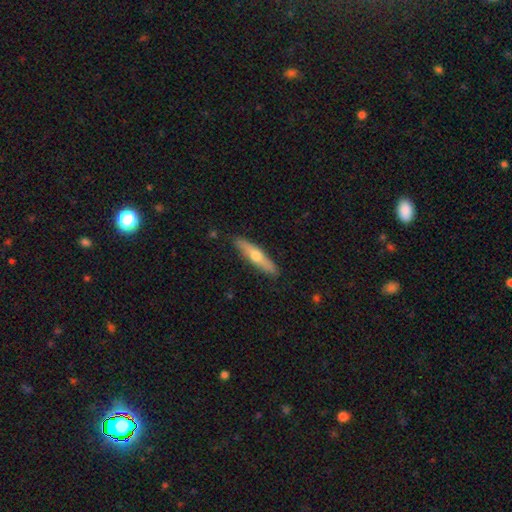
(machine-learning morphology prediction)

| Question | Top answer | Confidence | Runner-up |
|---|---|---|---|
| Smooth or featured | featured or disk | 48% | smooth (46%) |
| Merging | none | 88% | minor disturbance (9%) |